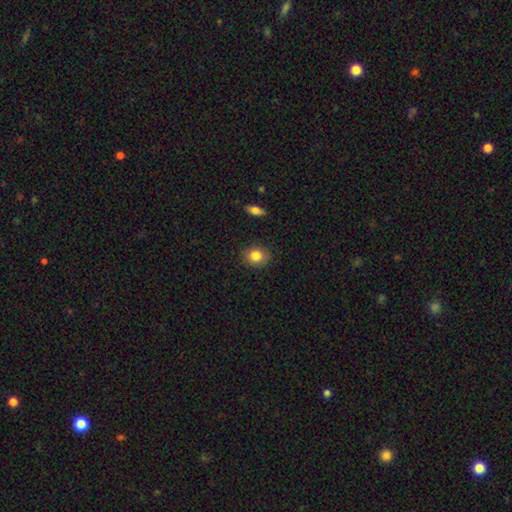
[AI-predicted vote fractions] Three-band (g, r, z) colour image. It shows a smooth galaxy with no disk features (83%) that is round (65%). Merging: none (86%).